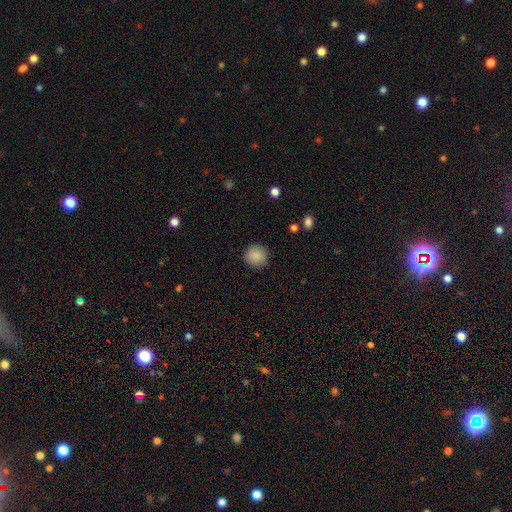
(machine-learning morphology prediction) Smooth or featured? Predicted: smooth (p=0.88). How rounded? Predicted: round (p=0.92). Merging? Predicted: none (p=0.88).